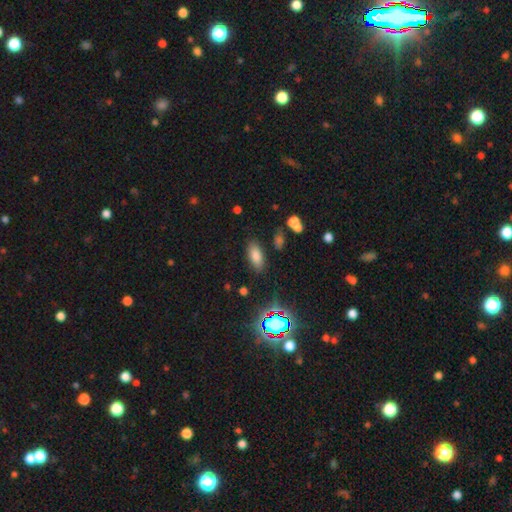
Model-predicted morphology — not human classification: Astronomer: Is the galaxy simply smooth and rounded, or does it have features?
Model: smooth — 75%.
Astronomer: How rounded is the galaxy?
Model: in between — 84%.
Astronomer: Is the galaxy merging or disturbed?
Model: none — 84%.